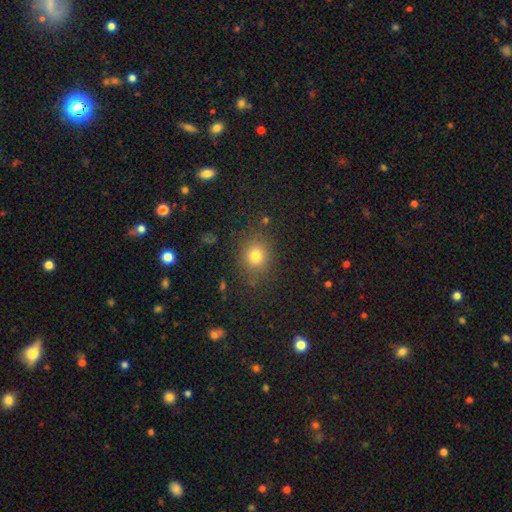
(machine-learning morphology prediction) smooth 76%, star or artifact 16%, featured or disk 8%. Down the decision tree: how rounded — round (69%); merging — none (83%).